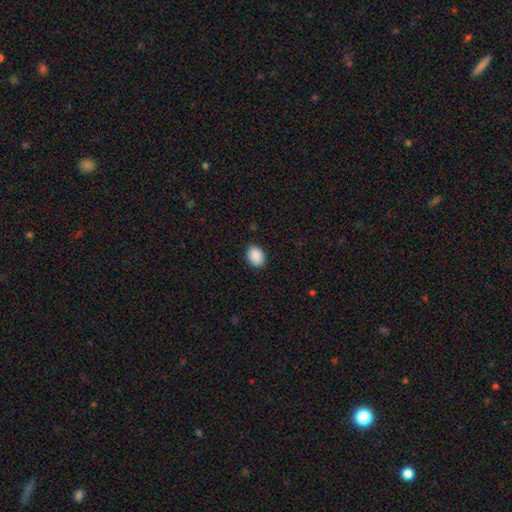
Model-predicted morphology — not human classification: smooth 90%, star or artifact 7%, featured or disk 2%. Down the decision tree: how rounded — in between (70%); merging — none (89%).